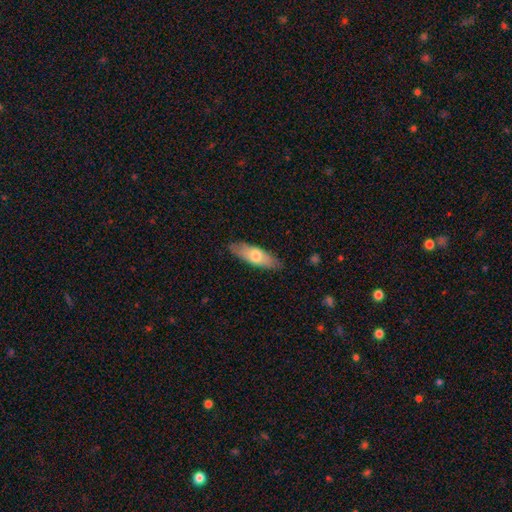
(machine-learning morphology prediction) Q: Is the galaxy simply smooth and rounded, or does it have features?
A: smooth — 63%.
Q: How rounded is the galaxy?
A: in between — 57%.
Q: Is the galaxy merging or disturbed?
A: none — 84%.